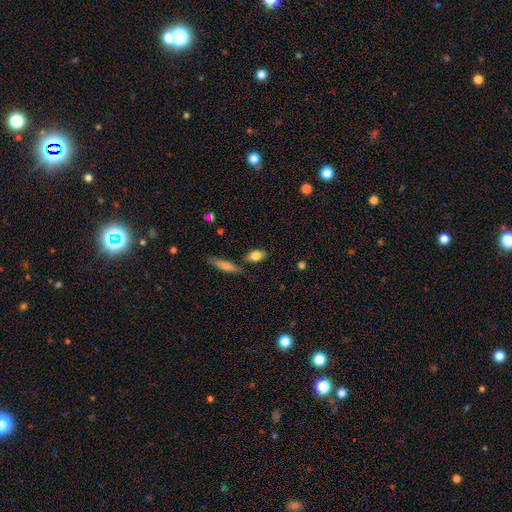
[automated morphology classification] The model was most divided on "merging": none: 74%, minor disturbance: 15%, merger: 8%, major disturbance: 4%. More confident: smooth or featured — smooth (80%); how rounded — in between (77%).